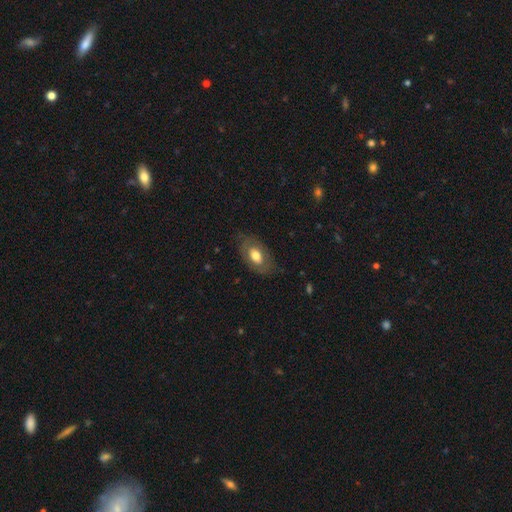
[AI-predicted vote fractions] Morphology: type=smooth (60%); roundness=in between (90%); merging=none (77%).